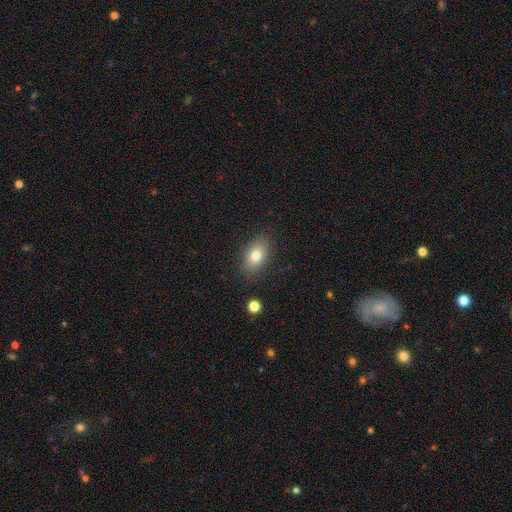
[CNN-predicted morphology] smooth-or-featured: smooth: 78% | featured or disk: 13% | star or artifact: 9%
  how-rounded: in between: 87% | round: 10% | cigar-shaped: 3%
  merging: none: 85% | minor disturbance: 11% | major disturbance: 3% | merger: 2%